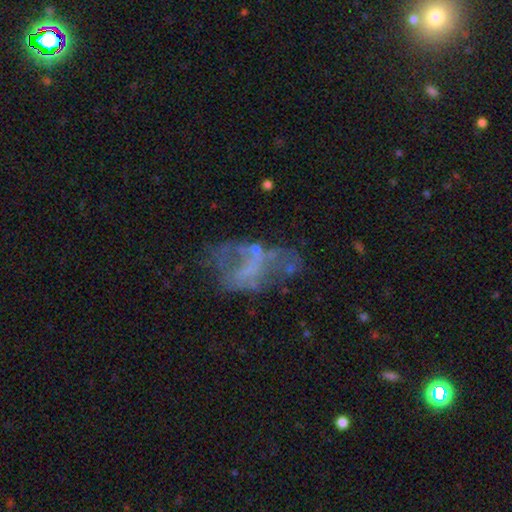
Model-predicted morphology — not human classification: The model was most divided on "merging": none: 36%, major disturbance: 35%, minor disturbance: 19%, merger: 10%. More confident: edge-on disk — no (97%); spiral arms — no (77%); bar — no (70%); bulge size — none (68%); smooth or featured — featured or disk (61%).